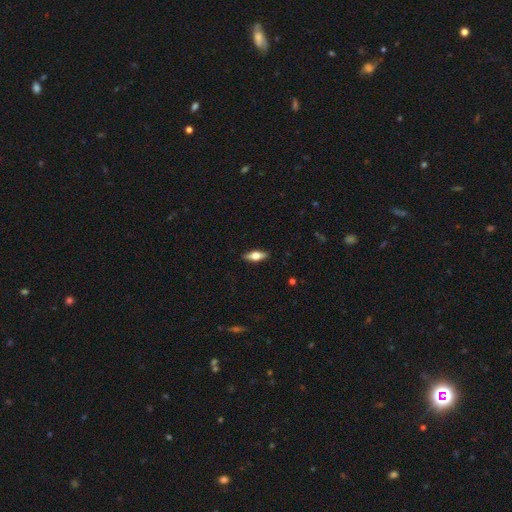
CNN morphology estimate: Overall: smooth (49%; featured or disk 44%). Merging: none (89%).